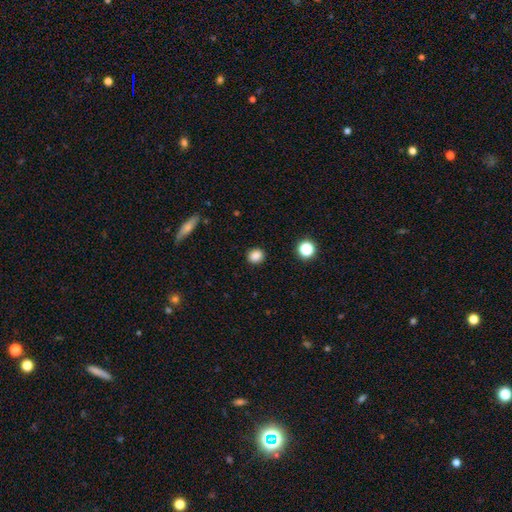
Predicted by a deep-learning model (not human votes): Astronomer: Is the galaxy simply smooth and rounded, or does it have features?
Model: smooth — 86%.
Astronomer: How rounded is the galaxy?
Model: round — 78%.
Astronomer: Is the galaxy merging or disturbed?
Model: none — 90%.